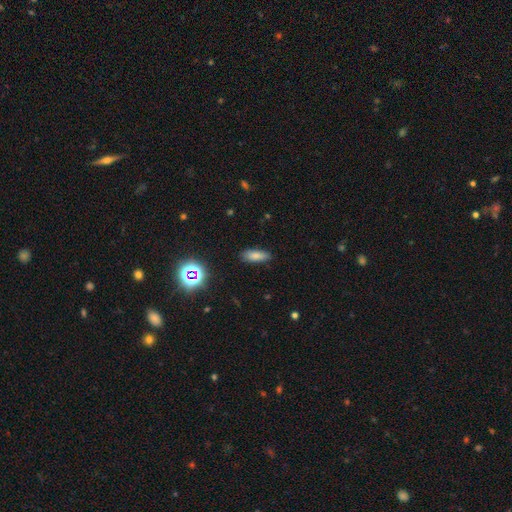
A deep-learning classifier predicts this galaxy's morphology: smooth_or_featured: smooth (p=0.78) [alt: star or artifact p=0.12]
how_rounded: in between (p=0.71) [alt: cigar-shaped p=0.26]
merging: none (p=0.84) [alt: minor disturbance p=0.12]